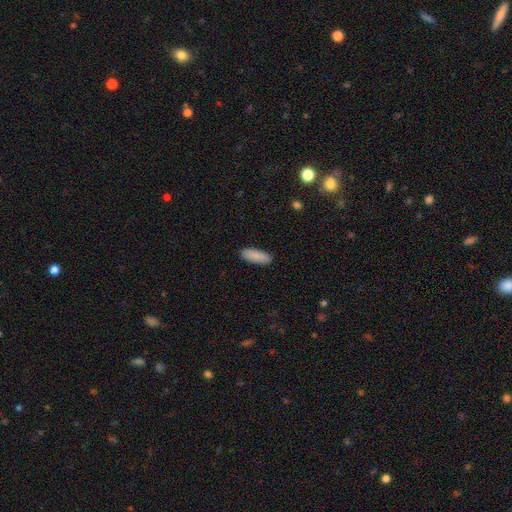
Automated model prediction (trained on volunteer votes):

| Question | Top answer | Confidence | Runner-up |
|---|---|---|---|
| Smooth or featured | smooth | 90% | star or artifact (6%) |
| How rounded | in between | 63% | cigar-shaped (35%) |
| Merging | none | 90% | minor disturbance (7%) |